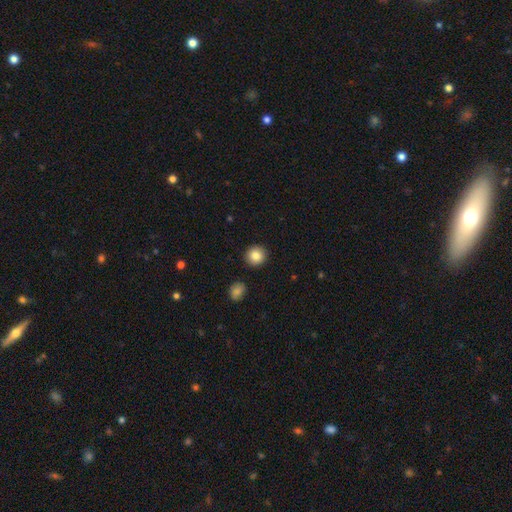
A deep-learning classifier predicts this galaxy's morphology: Smooth or featured?
  - smooth: 85% *
  - star or artifact: 9%
  - featured or disk: 6%
How rounded?
  - round: 91% *
  - in between: 8%
  - cigar-shaped: 1%
Merging?
  - none: 92% *
  - minor disturbance: 5%
  - major disturbance: 2%
  - merger: 2%